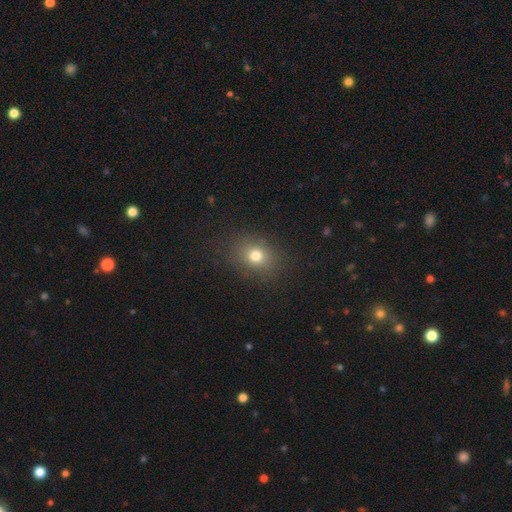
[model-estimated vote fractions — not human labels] This appears to be a smooth galaxy with no disk features (76%) that is round (54%). Merging: none (85%).